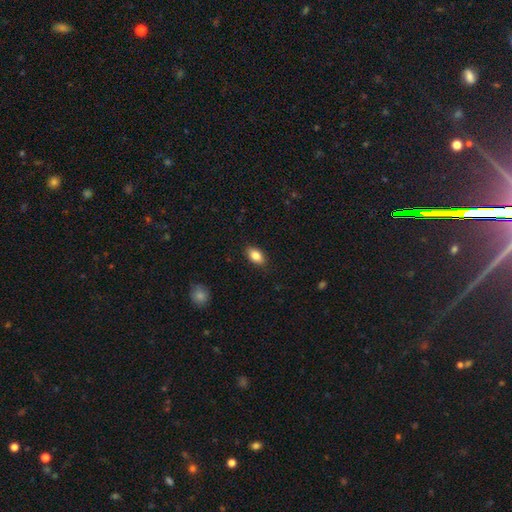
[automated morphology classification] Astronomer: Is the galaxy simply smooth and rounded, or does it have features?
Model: smooth — 85%.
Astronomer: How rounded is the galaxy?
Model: in between — 89%.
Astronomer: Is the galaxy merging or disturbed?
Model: none — 87%.